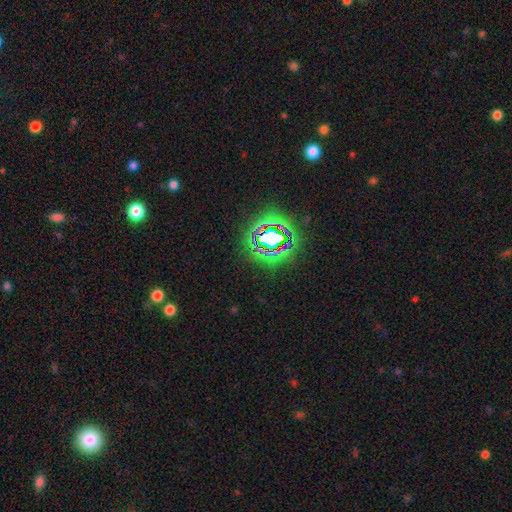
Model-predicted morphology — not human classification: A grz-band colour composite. It shows a star or artifact, not a galaxy (78%).